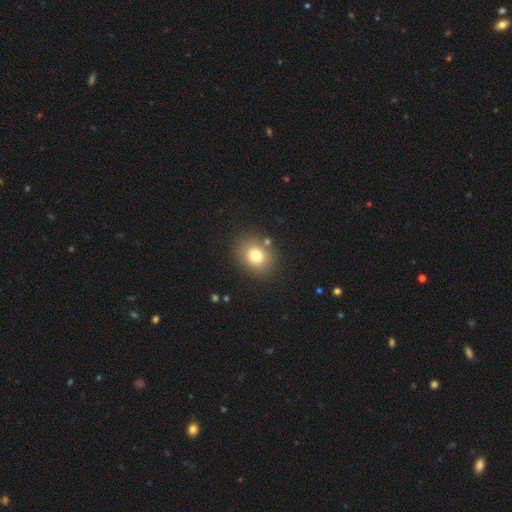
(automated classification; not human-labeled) The model was most divided on "how rounded": round: 59%, in between: 40%, cigar-shaped: 1%. More confident: merging — none (83%); smooth or featured — smooth (78%).